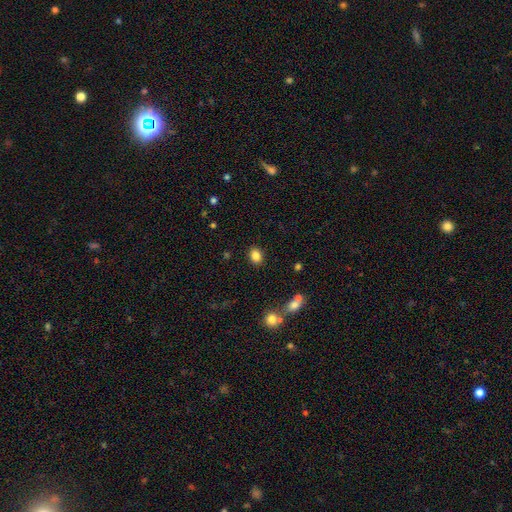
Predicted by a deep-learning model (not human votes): The model was most divided on "how rounded": in between: 61%, round: 38%, cigar-shaped: 1%. More confident: merging — none (87%); smooth or featured — smooth (85%).